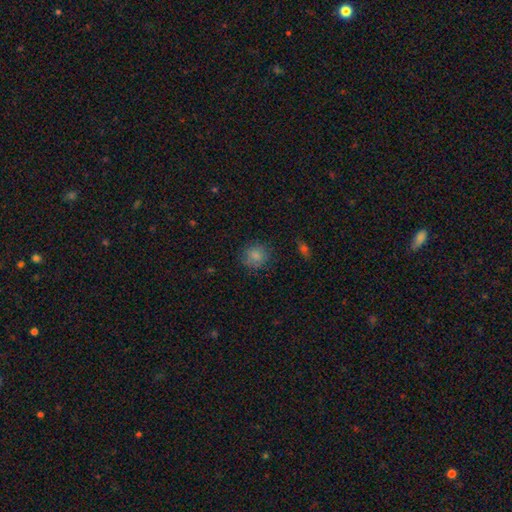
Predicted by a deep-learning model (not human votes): smooth_or_featured: smooth (p=0.83) [alt: star or artifact p=0.10]
how_rounded: round (p=0.87) [alt: in between p=0.12]
merging: none (p=0.83) [alt: minor disturbance p=0.13]